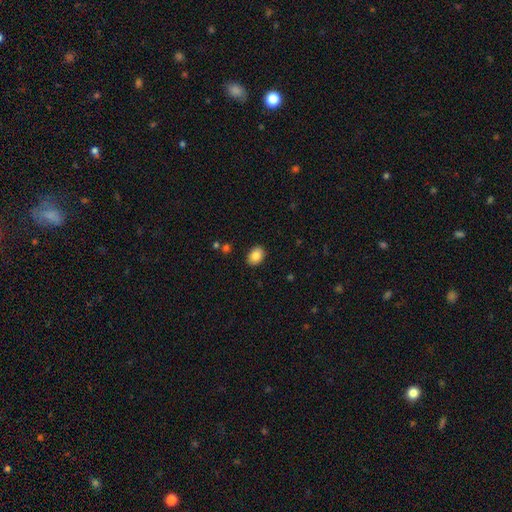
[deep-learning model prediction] Smooth or featured? Predicted: smooth (p=0.85). How rounded? Predicted: in between (p=0.73). Merging? Predicted: none (p=0.89).